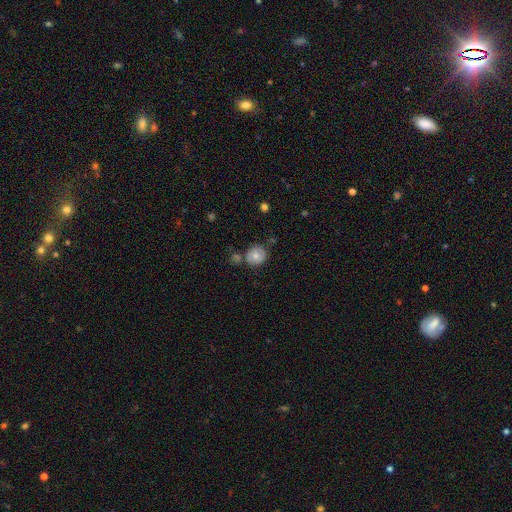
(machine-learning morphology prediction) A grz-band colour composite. It shows a smooth galaxy with no disk features (67%) that is round (81%). Merging: none (68%).